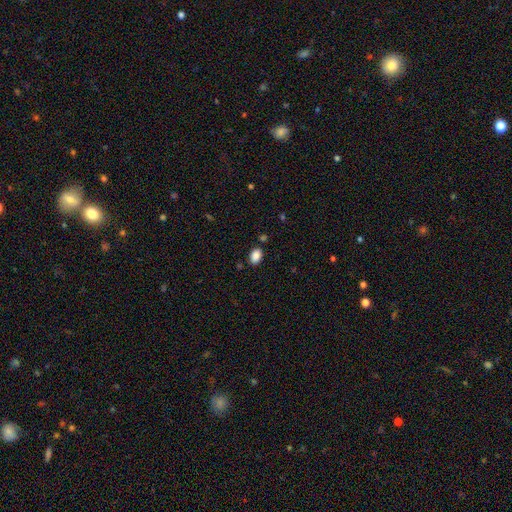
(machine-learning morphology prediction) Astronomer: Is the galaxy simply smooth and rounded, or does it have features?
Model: smooth — 88%.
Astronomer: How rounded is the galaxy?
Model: in between — 84%.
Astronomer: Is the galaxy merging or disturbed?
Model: none — 85%.